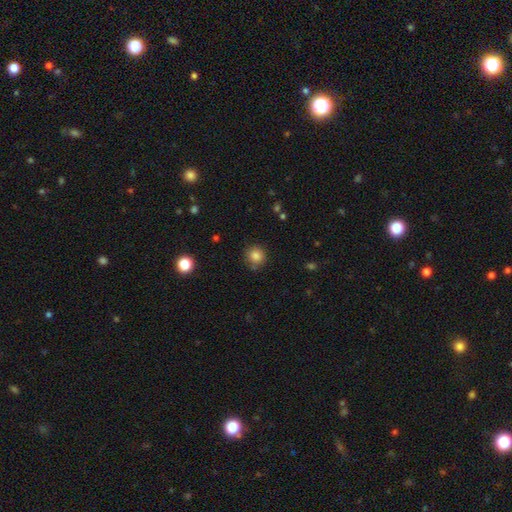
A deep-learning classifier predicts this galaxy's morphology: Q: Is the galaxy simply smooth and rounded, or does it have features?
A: smooth — 83%.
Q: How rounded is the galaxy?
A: round — 92%.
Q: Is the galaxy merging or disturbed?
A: none — 82%.